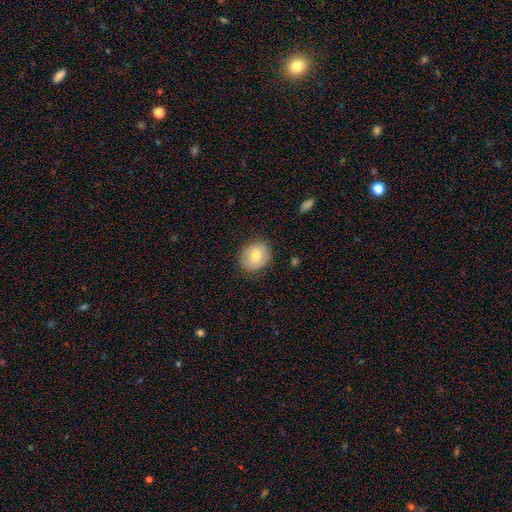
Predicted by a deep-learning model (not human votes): smooth-or-featured: smooth: 69% | featured or disk: 23% | star or artifact: 8%
  how-rounded: round: 65% | in between: 34% | cigar-shaped: 1%
  merging: none: 83% | minor disturbance: 13% | major disturbance: 3% | merger: 1%